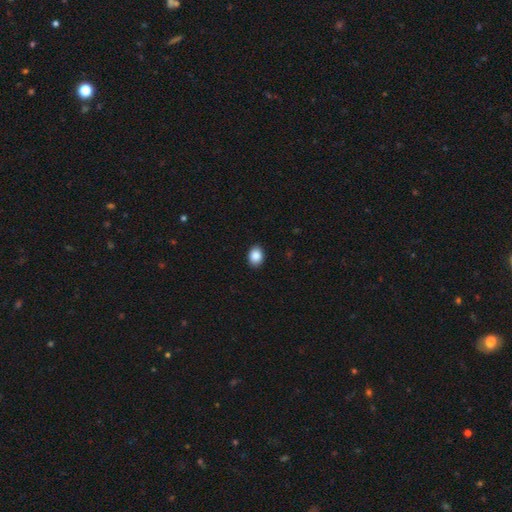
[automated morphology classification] smooth_or_featured: smooth (p=0.89) [alt: star or artifact p=0.08]
how_rounded: in between (p=0.63) [alt: round p=0.36]
merging: none (p=0.89) [alt: minor disturbance p=0.08]